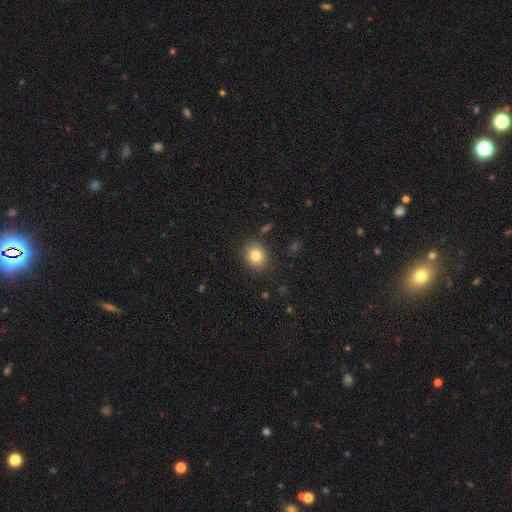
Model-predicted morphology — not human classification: The model was most divided on "how rounded": round: 70%, in between: 29%, cigar-shaped: 1%. More confident: merging — none (87%); smooth or featured — smooth (81%).